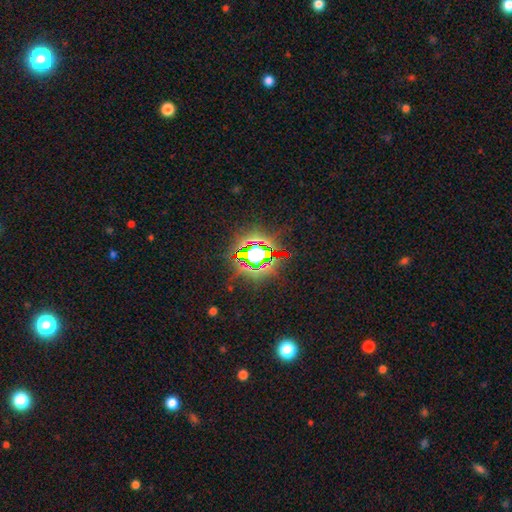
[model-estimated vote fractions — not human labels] star or artifact 76%, smooth 13%, featured or disk 11%.